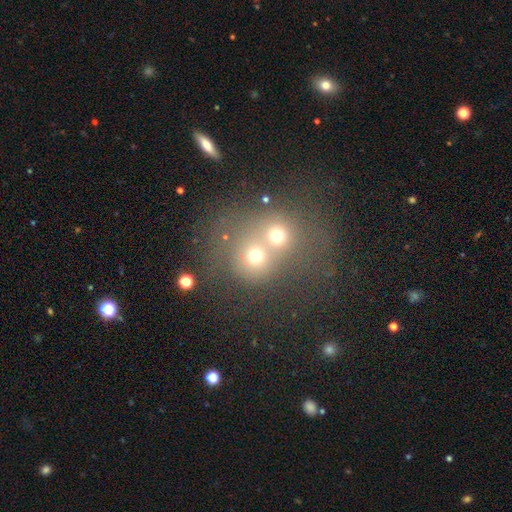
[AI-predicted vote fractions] smooth-or-featured: smooth: 64% | star or artifact: 19% | featured or disk: 17%
  how-rounded: round: 78% | in between: 21% | cigar-shaped: 1%
  merging: merger: 66% | none: 24% | minor disturbance: 5% | major disturbance: 5%